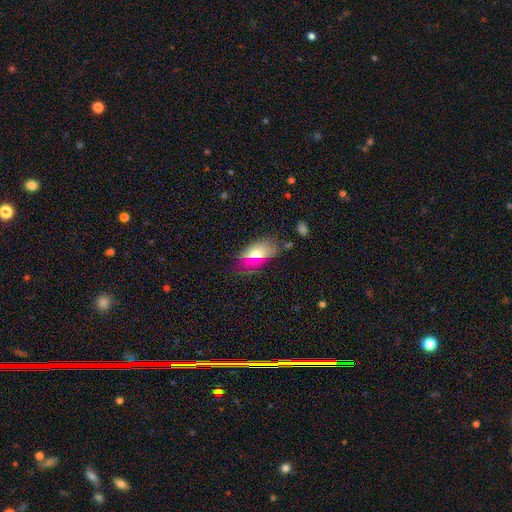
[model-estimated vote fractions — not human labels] Overall: smooth (67%). How rounded: in between (89%). Merging: none (76%).